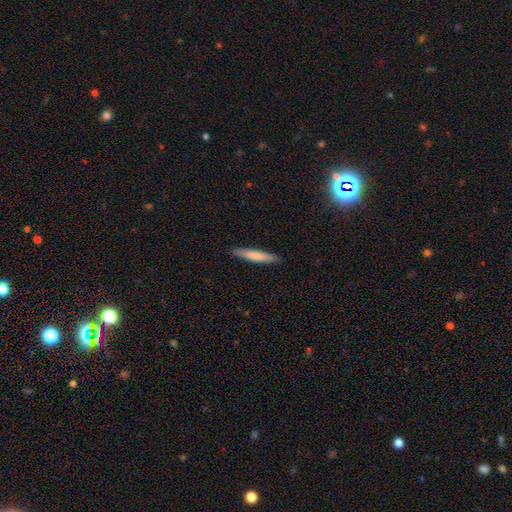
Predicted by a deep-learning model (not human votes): This is likely a smooth galaxy (74%). How rounded: clearly cigar-shaped (93%). Merging: clearly none (90%).